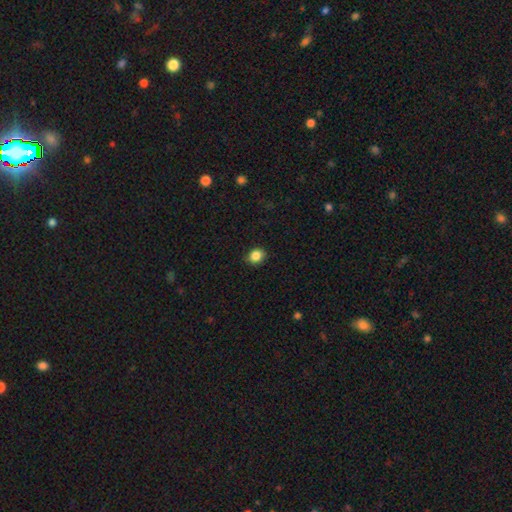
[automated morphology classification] Smooth or featured? smooth (85%)
How rounded? round (64%)
Merging? none (85%)